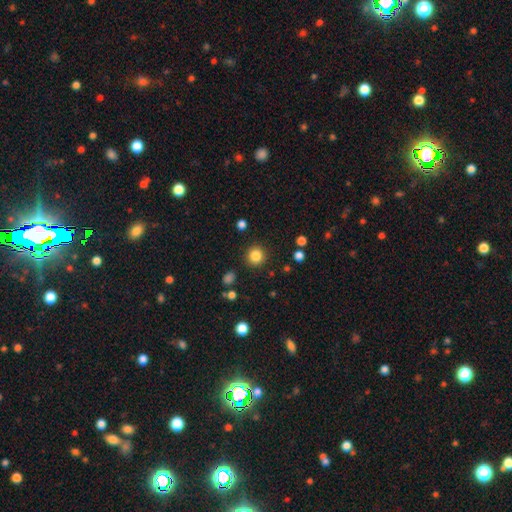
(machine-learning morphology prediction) This appears to be a smooth galaxy with no disk features (84%) that is round (93%). Merging: none (89%).